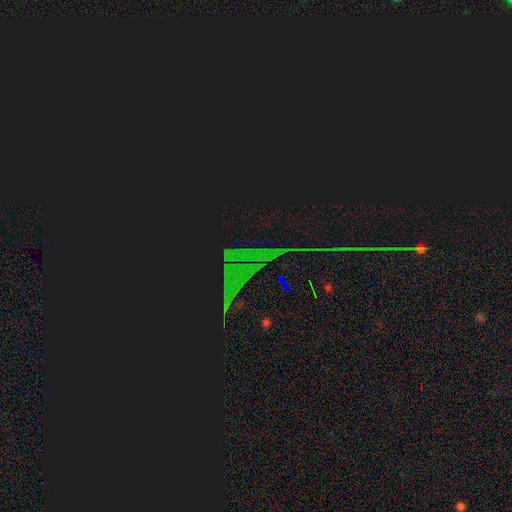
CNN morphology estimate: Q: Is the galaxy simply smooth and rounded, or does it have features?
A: star or artifact — 86%.